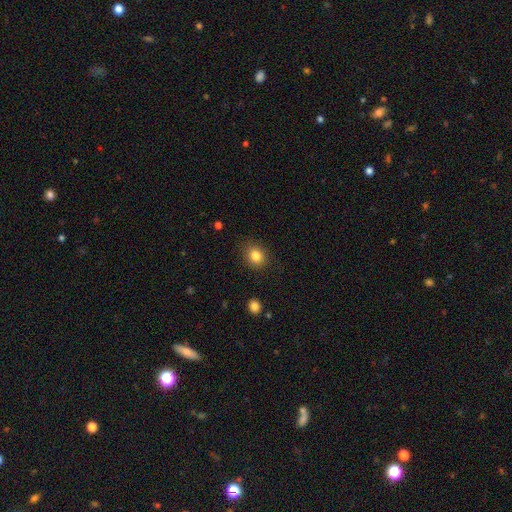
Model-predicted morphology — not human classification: type=smooth (84%); roundness=round (67%); merging=none (87%).